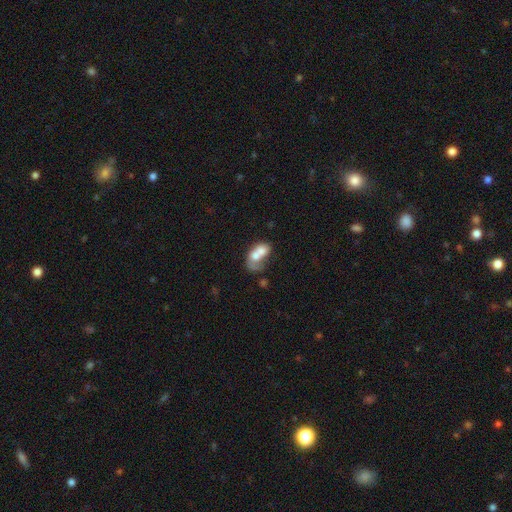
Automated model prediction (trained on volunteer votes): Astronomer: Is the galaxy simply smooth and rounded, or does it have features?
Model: smooth — 59%.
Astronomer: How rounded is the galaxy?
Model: in between — 74%.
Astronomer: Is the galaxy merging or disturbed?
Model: merger — 72%.